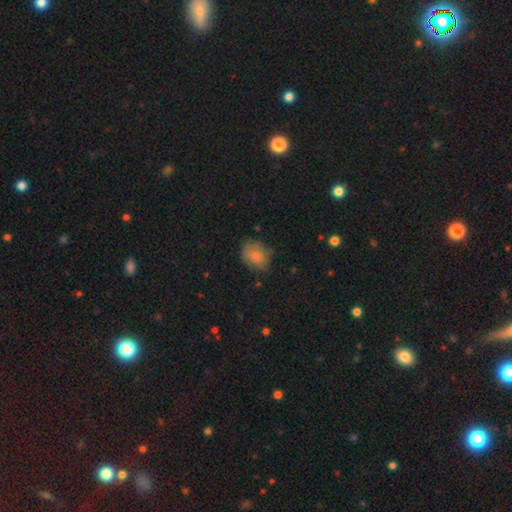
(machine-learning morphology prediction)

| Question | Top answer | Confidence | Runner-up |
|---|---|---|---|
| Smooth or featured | smooth | 77% | featured or disk (14%) |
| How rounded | in between | 50% | round (49%) |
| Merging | none | 61% | minor disturbance (29%) |